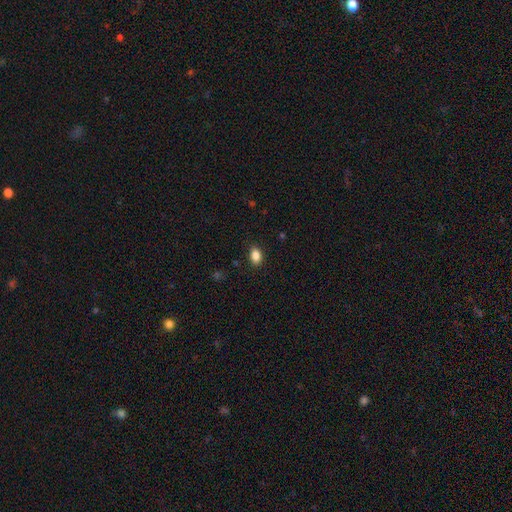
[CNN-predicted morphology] Smooth or featured?
  - smooth: 87% *
  - star or artifact: 9%
  - featured or disk: 4%
How rounded?
  - in between: 83% *
  - round: 15%
  - cigar-shaped: 2%
Merging?
  - none: 86% *
  - minor disturbance: 11%
  - major disturbance: 2%
  - merger: 1%